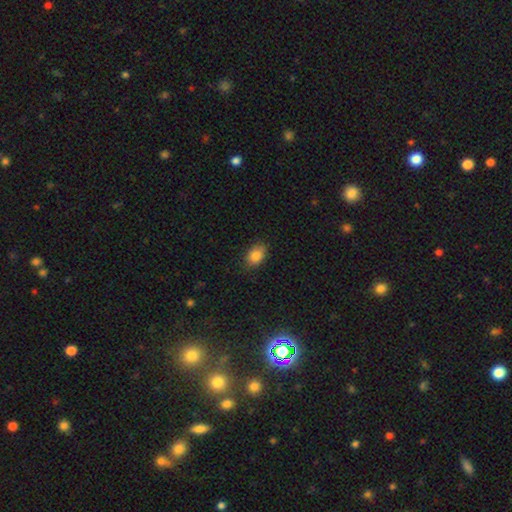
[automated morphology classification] Smooth or featured? smooth (84%)
How rounded? in between (79%)
Merging? none (82%)